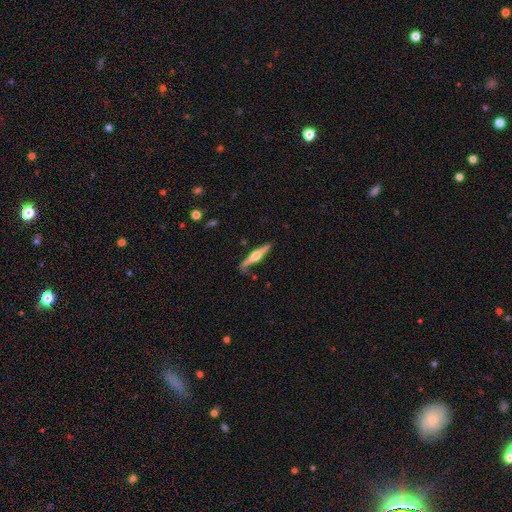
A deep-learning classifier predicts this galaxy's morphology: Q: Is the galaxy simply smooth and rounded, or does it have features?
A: featured or disk — 71%.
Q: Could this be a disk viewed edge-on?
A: yes — 97%.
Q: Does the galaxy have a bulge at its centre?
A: rounded — 93%.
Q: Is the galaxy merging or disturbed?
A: none — 84%.